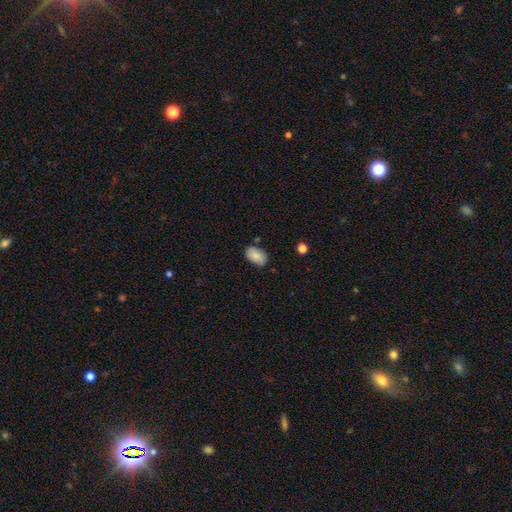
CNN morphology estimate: This is clearly a smooth galaxy (85%). How rounded: clearly in between (91%). Merging: likely none (77%).